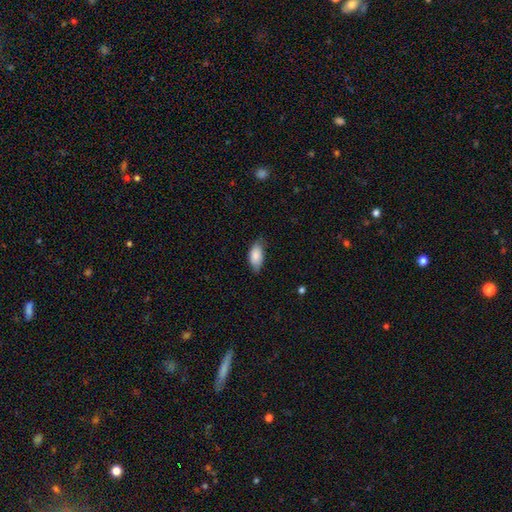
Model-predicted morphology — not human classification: This appears to be a smooth galaxy with no disk features (85%) that is in between round and cigar-shaped (92%). Merging: none (69%).